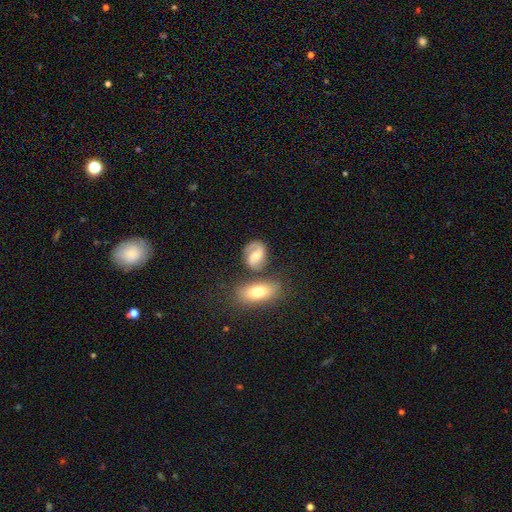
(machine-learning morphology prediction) The model was most divided on "bar": weak: 47%, no: 36%, strong: 17%. Remaining: edge-on disk — no (96%); spiral arms — yes (90%); spiral arm count — 2 (81%); smooth or featured — featured or disk (64%); merging — none (63%); bulge size — moderate (56%); spiral winding — medium (50%).